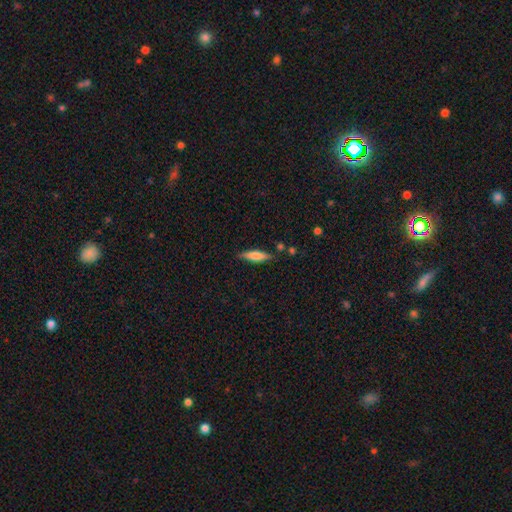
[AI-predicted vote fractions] Q: Smooth or featured?
A: smooth (69%); runner-up: featured or disk (24%)
Q: How rounded?
A: cigar-shaped (67%); runner-up: in between (31%)
Q: Merging?
A: none (81%); runner-up: minor disturbance (13%)